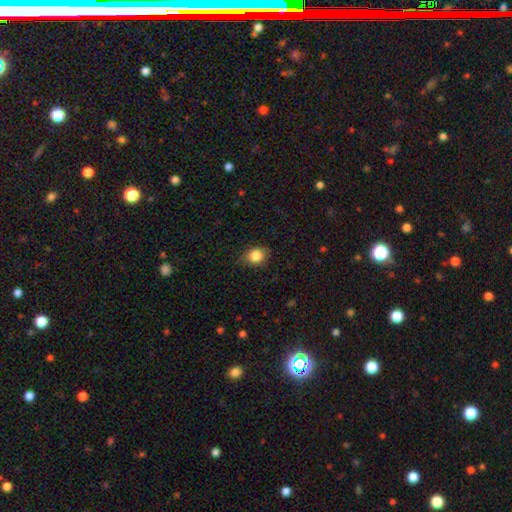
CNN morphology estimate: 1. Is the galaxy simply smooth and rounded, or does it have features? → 84% smooth, 9% star or artifact, 7% featured or disk.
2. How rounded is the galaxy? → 56% round, 42% in between, 1% cigar-shaped.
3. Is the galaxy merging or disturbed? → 80% none, 16% minor disturbance, 3% major disturbance, 1% merger.